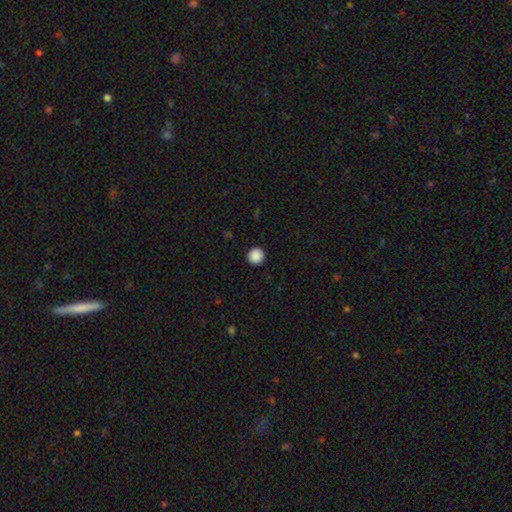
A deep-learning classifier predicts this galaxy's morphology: Overall: smooth (89%). How rounded: round (94%). Merging: none (93%).